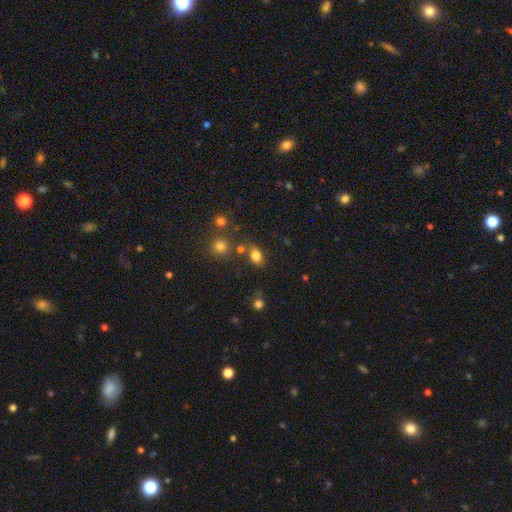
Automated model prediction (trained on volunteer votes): Morphology: type=smooth (81%); roundness=in between (71%); merging=none (69%).